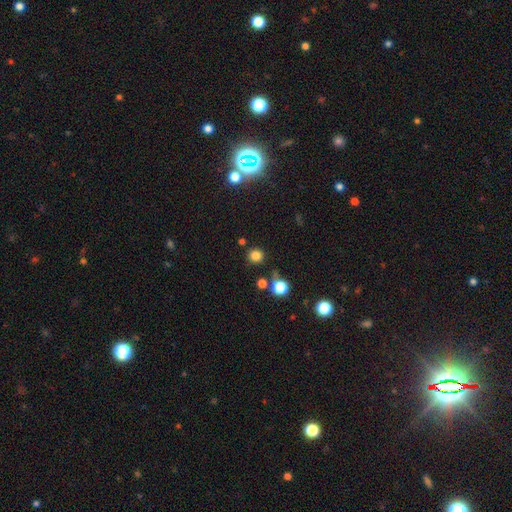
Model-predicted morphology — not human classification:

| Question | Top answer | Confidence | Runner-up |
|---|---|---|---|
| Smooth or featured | smooth | 81% | star or artifact (15%) |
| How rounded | round | 92% | in between (7%) |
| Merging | none | 83% | minor disturbance (9%) |